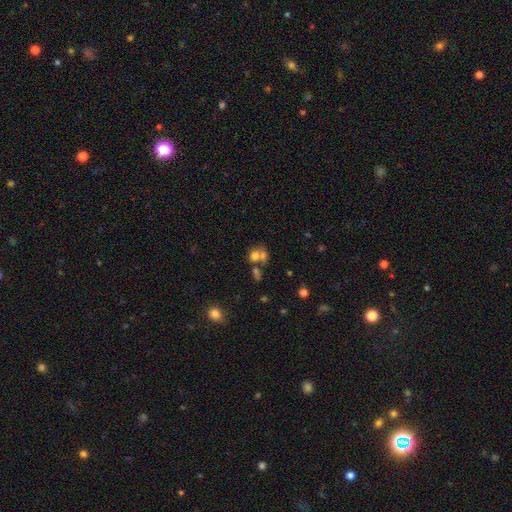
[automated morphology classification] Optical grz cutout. It shows a smooth galaxy with no disk features (65%) that is round (66%). Merging: merger (54%).